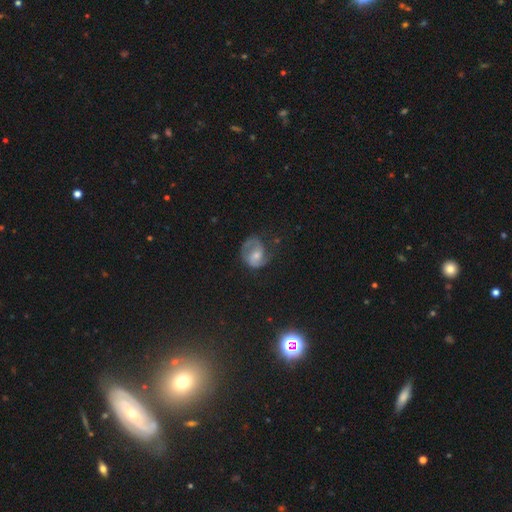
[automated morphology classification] A featured or disk galaxy (64%) with no bar (52%), 2 (69%) medium (48%) spiral arms (87%) and a small central bulge (48%). Merging: none (51%).